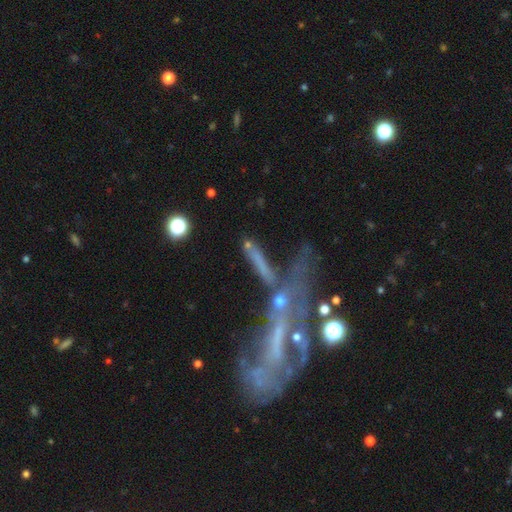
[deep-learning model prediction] Q: Smooth or featured?
A: smooth (46%); runner-up: featured or disk (36%)
Q: Merging?
A: none (39%); runner-up: merger (28%)